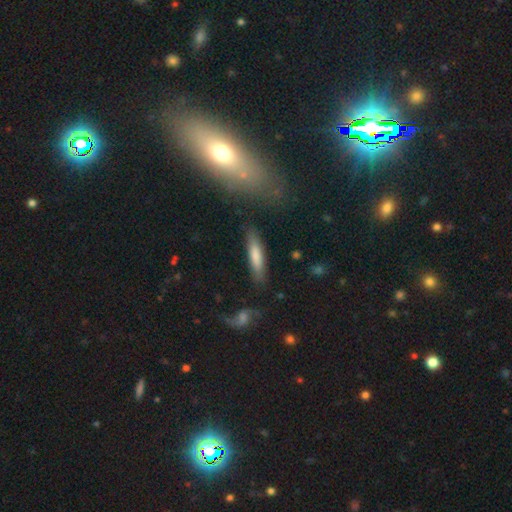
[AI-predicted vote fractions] smooth-or-featured: smooth: 76% | featured or disk: 19% | star or artifact: 6%
  how-rounded: cigar-shaped: 79% | in between: 19% | round: 2%
  merging: none: 83% | minor disturbance: 12% | major disturbance: 3% | merger: 3%